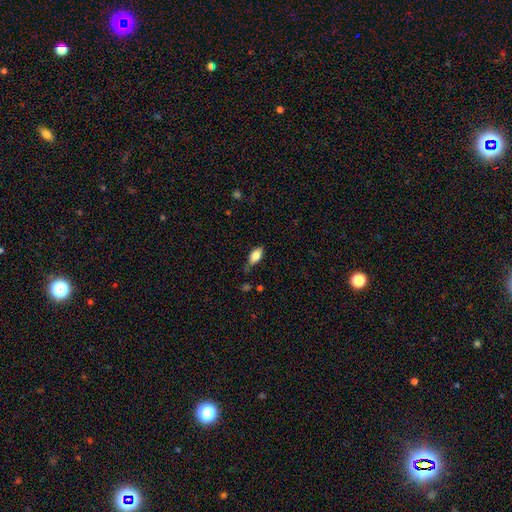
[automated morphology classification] The model was most divided on "merging": none: 67%, minor disturbance: 24%, major disturbance: 5%, merger: 3%. More confident: how rounded — in between (88%); smooth or featured — smooth (76%).